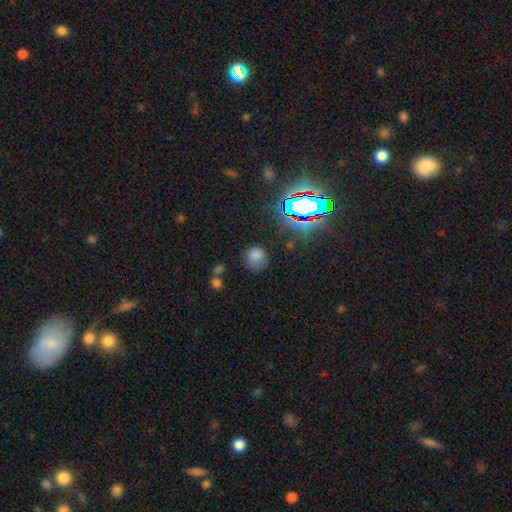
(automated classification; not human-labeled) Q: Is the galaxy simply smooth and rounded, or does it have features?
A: smooth — 71%.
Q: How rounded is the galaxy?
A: round — 85%.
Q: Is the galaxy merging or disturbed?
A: none — 70%.